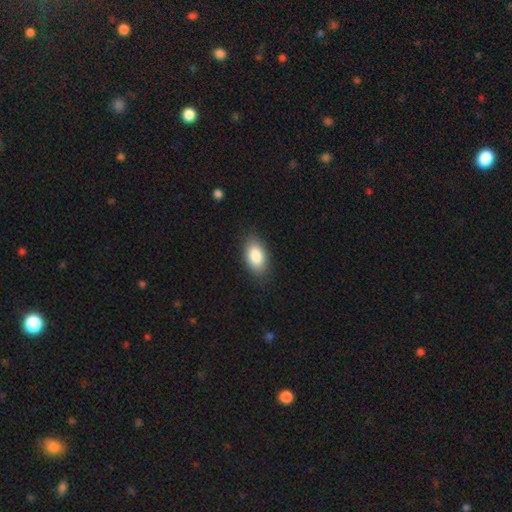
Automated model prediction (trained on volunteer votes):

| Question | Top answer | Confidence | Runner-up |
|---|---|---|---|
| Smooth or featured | smooth | 86% | featured or disk (7%) |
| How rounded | in between | 93% | round (4%) |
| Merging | none | 85% | minor disturbance (11%) |